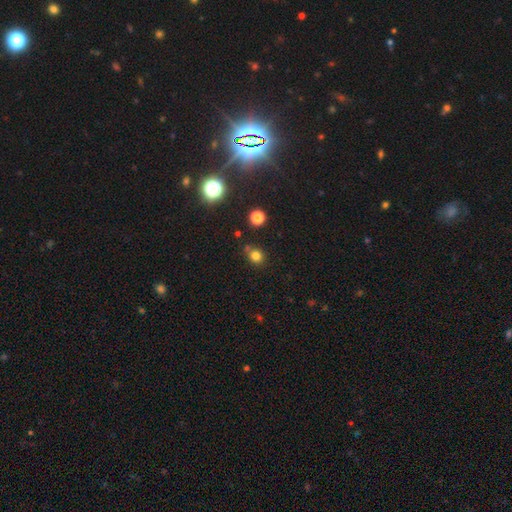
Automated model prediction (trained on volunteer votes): Smooth or featured: smooth — 79% (star or artifact — 16%)
How rounded: round — 82% (in between — 17%)
Merging: none — 70% (minor disturbance — 15%)